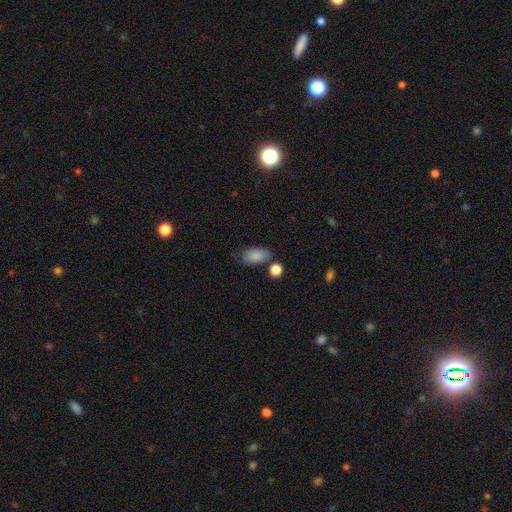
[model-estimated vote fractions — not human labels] Overall: smooth (86%). How rounded: in between (90%). Merging: none (62%).